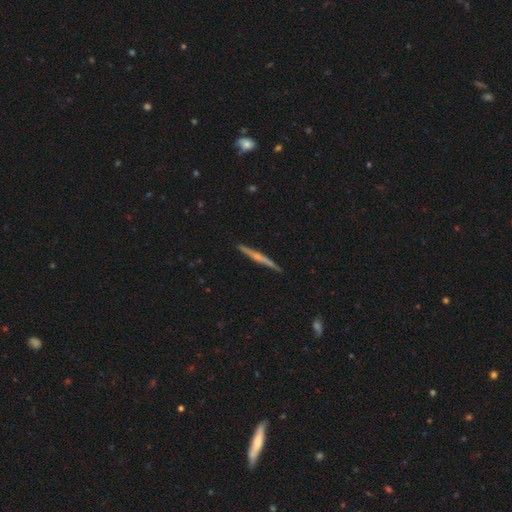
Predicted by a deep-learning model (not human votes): A featured or disk galaxy (66%) viewed edge-on (98%) with a rounded central bulge (49%). Merging: none (91%).